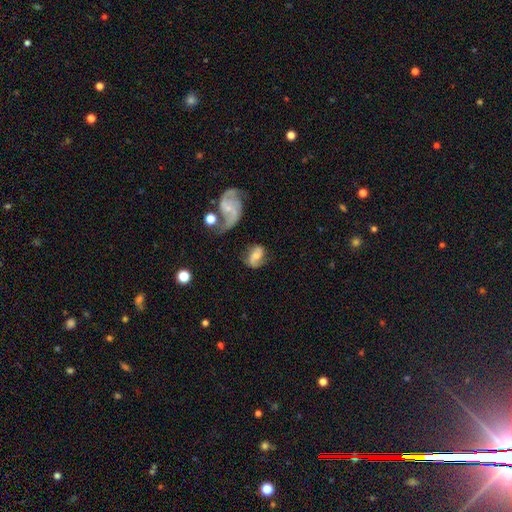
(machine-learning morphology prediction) featured or disk 62%, smooth 30%, star or artifact 8%. Down the decision tree: edge-on disk — no (96%); bar — no (46%); spiral arms — yes (90%); spiral arm count — 2 (81%); spiral winding — loose (41%, tied with medium); bulge size — small (46%); merging — none (57%).